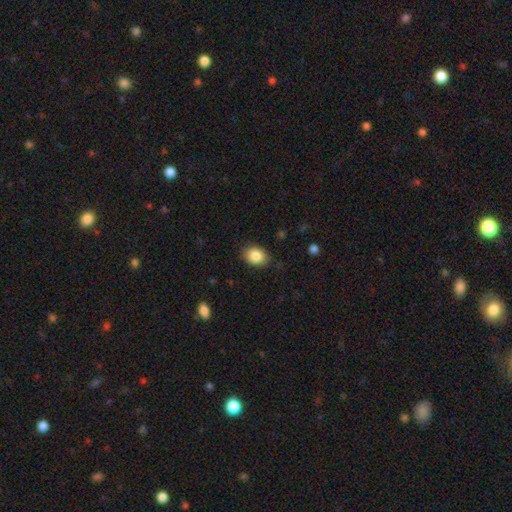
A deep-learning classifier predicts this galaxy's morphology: This appears to be a smooth galaxy with no disk features (86%) that is in between round and cigar-shaped (67%). Merging: none (85%).